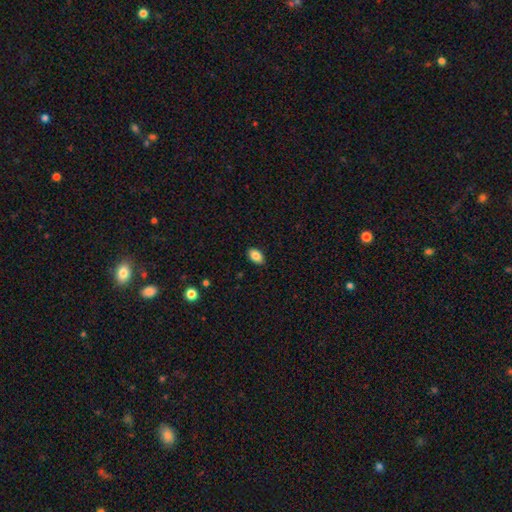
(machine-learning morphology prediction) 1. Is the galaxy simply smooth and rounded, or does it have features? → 86% smooth, 8% star or artifact, 6% featured or disk.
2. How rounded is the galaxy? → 91% in between, 8% round, 2% cigar-shaped.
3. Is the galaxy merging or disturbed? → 88% none, 9% minor disturbance, 2% major disturbance, 1% merger.